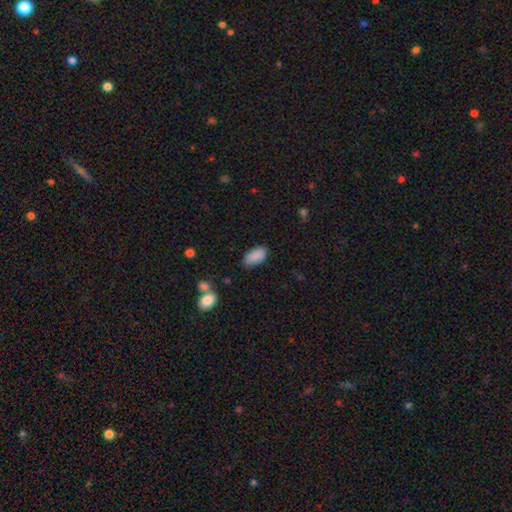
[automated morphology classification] Smooth or featured? Predicted: smooth (p=0.89). How rounded? Predicted: in between (p=0.94). Merging? Predicted: none (p=0.80).